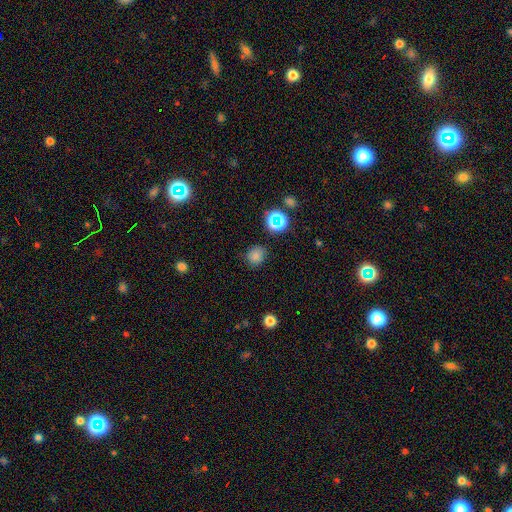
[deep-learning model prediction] Smooth or featured? Predicted: smooth (p=0.75). How rounded? Predicted: round (p=0.78). Merging? Predicted: none (p=0.82).